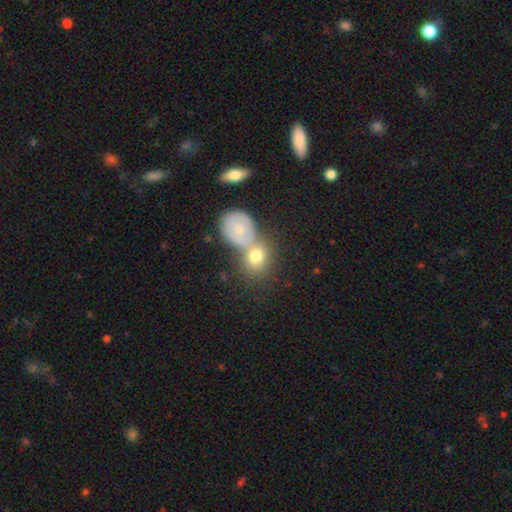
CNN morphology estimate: Smooth or featured? Predicted: smooth (p=0.74). How rounded? Predicted: round (p=0.66). Merging? Predicted: merger (p=0.46).